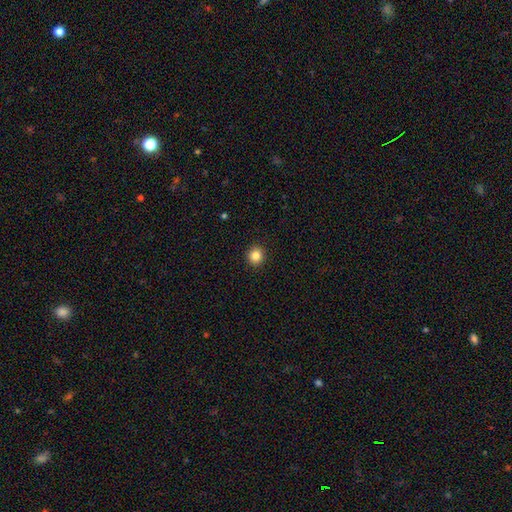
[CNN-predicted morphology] Smooth or featured? Predicted: smooth (p=0.83). How rounded? Predicted: round (p=0.89). Merging? Predicted: none (p=0.93).